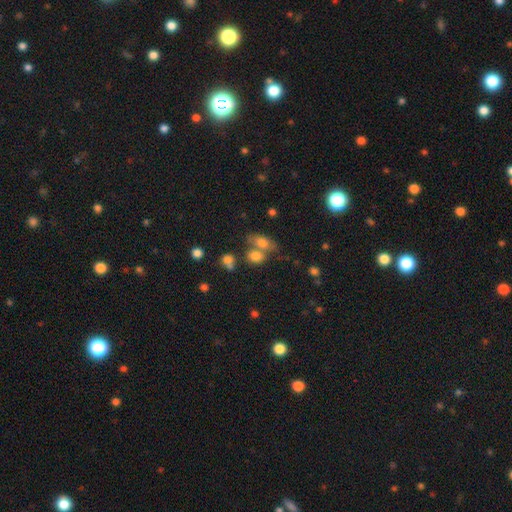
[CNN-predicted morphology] This appears to be a smooth galaxy with no disk features (75%) that is in between round and cigar-shaped (67%). Merging: merger (42%).